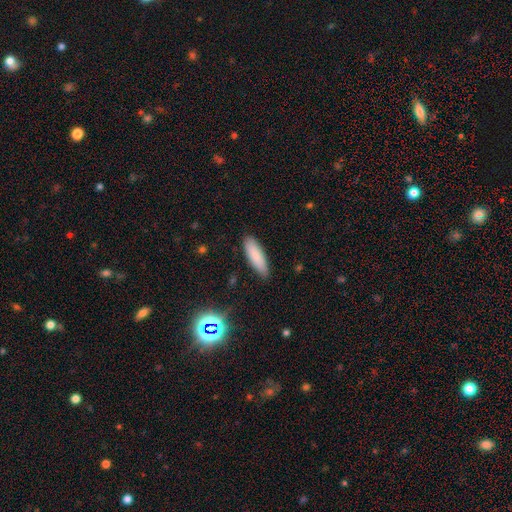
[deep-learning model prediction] This appears to be a smooth galaxy with no disk features (86%) that is cigar-shaped (53%). Merging: none (86%).